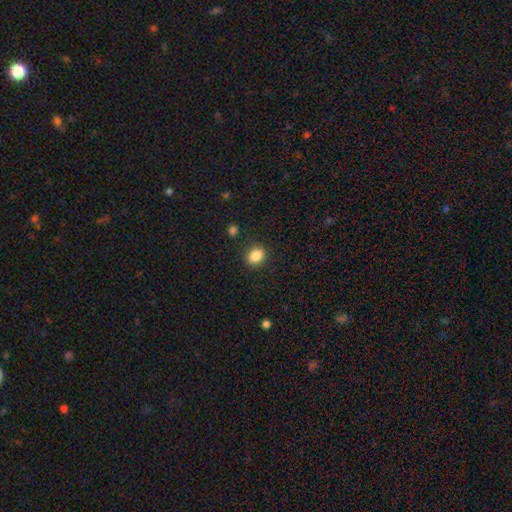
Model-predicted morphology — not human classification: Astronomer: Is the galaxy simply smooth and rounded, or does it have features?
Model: smooth — 86%.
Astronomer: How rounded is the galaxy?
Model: in between — 56% (runner-up: round, 43%).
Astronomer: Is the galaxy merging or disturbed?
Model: none — 88%.